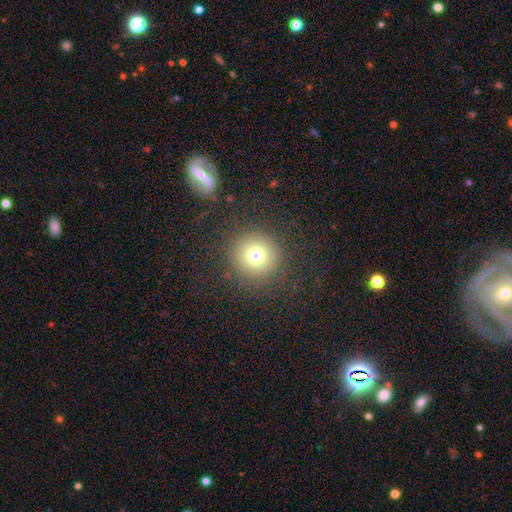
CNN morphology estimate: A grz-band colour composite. It shows a smooth galaxy with no disk features (73%) that is round (95%). Merging: none (88%).